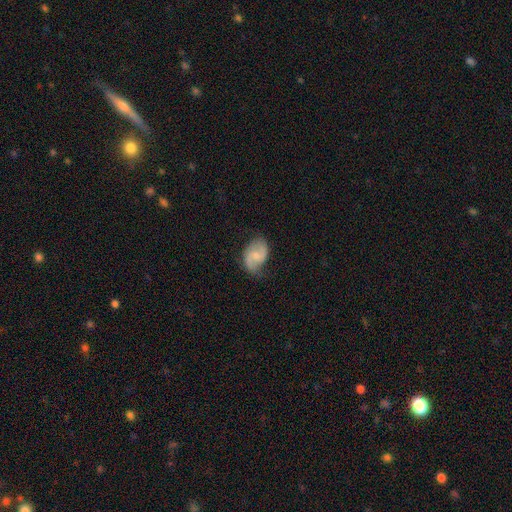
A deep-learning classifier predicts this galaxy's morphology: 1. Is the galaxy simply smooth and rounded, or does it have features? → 68% featured or disk, 26% smooth, 6% star or artifact.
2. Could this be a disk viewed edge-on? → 97% no, 3% yes.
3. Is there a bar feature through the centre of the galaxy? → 47% no, 45% weak, 8% strong.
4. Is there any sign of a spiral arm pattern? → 92% yes, 8% no.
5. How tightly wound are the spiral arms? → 46% medium, 37% loose, 17% tight.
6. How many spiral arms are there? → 87% 2, 6% can't tell, 4% 1, 1% 3, 1% 4, 1% more than 4.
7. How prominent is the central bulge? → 54% small, 37% moderate, 6% none, 2% large, 1% dominant.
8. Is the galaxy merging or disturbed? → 68% none, 24% minor disturbance, 7% major disturbance, 1% merger.